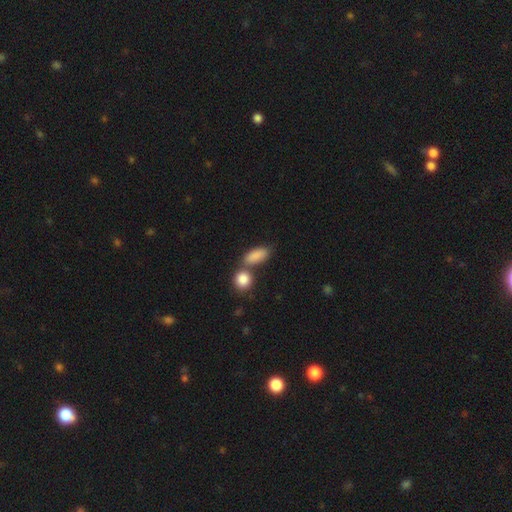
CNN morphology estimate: smooth 87%, star or artifact 7%, featured or disk 6%. Down the decision tree: how rounded — in between (78%); merging — none (52%).